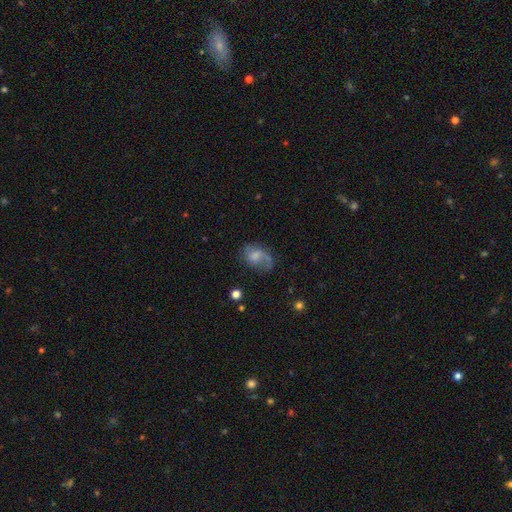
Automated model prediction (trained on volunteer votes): smooth-or-featured: smooth: 47% | featured or disk: 43% | star or artifact: 10%
  merging: none: 42% | major disturbance: 28% | minor disturbance: 27% | merger: 3%